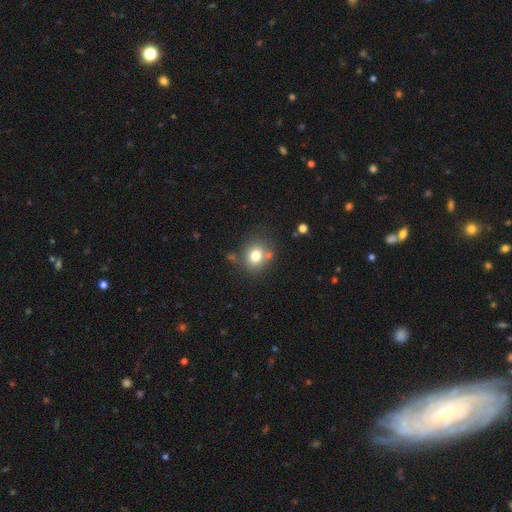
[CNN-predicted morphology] smooth-or-featured: smooth: 77% | star or artifact: 12% | featured or disk: 11%
  how-rounded: round: 71% | in between: 28% | cigar-shaped: 1%
  merging: none: 71% | minor disturbance: 13% | merger: 11% | major disturbance: 5%